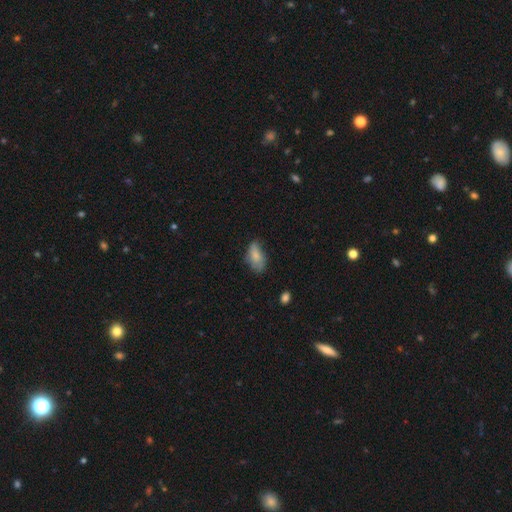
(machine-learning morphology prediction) This is likely a smooth galaxy (75%). How rounded: clearly in between (91%). Merging: possibly none (51%).